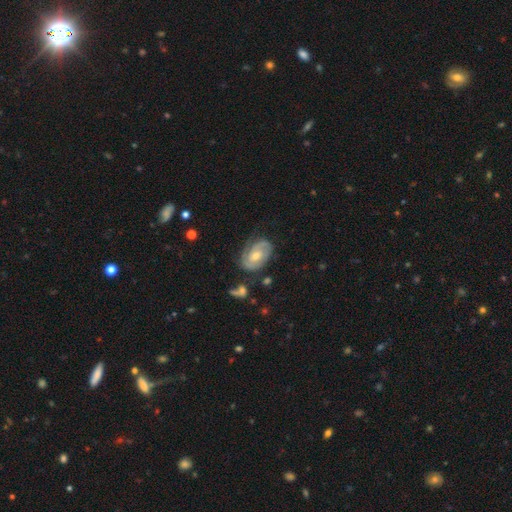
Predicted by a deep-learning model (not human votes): Smooth or featured: featured or disk — 81% (smooth — 14%)
Edge-on disk: no — 97% (yes — 3%)
Bar: no — 62% (weak — 32%)
Spiral arms: yes — 92% (no — 8%)
Spiral winding: tight — 59% (medium — 31%)
Spiral arm count: 2 — 61% (can't tell — 19%)
Bulge size: moderate — 57% (small — 38%)
Merging: none — 68% (minor disturbance — 21%)